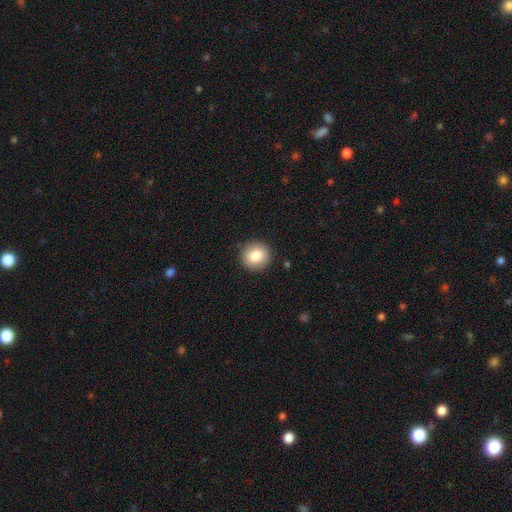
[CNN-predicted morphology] Smooth or featured?
  - smooth: 83% *
  - featured or disk: 9%
  - star or artifact: 8%
How rounded?
  - round: 91% *
  - in between: 8%
  - cigar-shaped: 1%
Merging?
  - none: 91% *
  - minor disturbance: 7%
  - major disturbance: 2%
  - merger: 1%